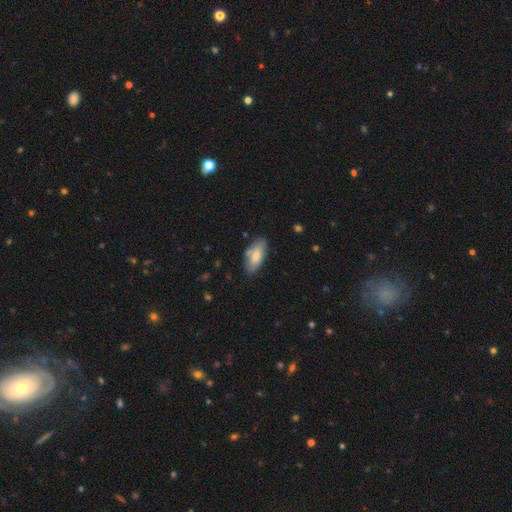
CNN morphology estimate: This is likely a smooth galaxy (72%). How rounded: clearly in between (87%). Merging: likely none (72%).